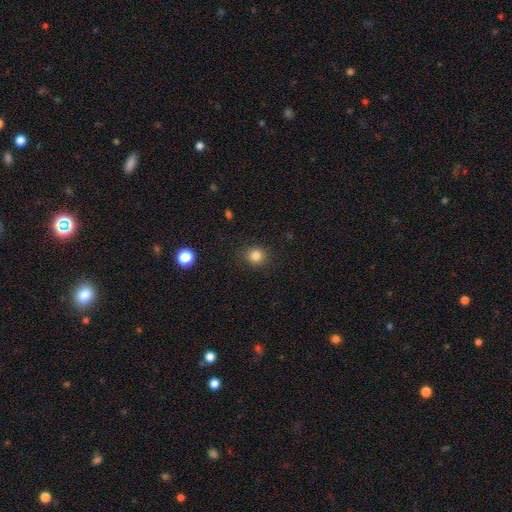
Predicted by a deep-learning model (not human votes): A smooth galaxy with no disk features (83%) that is round (85%). Merging: none (89%).